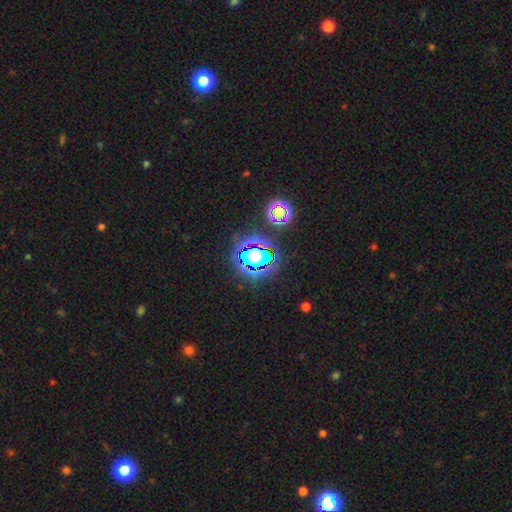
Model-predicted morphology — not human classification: Smooth or featured: star or artifact — 77% (smooth — 15%)